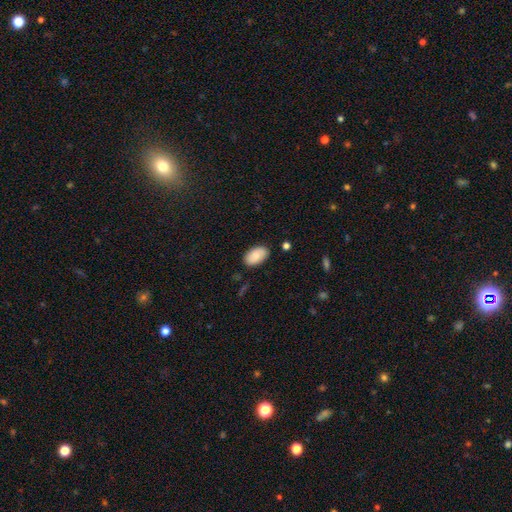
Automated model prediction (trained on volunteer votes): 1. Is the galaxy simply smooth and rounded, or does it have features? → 83% smooth, 11% featured or disk, 6% star or artifact.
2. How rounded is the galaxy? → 93% in between, 5% round, 1% cigar-shaped.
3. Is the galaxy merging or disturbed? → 85% none, 11% minor disturbance, 2% major disturbance, 2% merger.